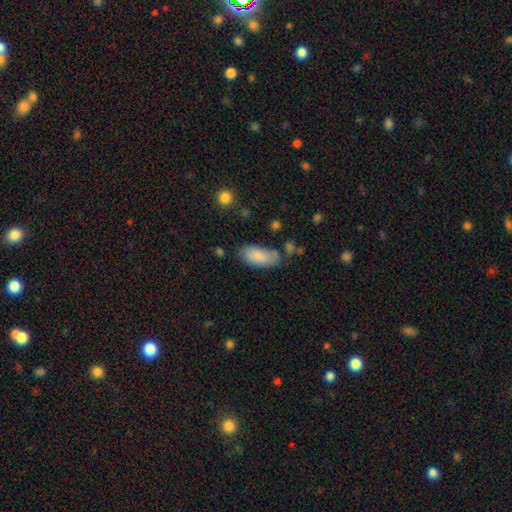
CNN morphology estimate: The model was most divided on "merging": none: 68%, minor disturbance: 21%, merger: 6%, major disturbance: 5%. More confident: how rounded — in between (88%); smooth or featured — smooth (80%).